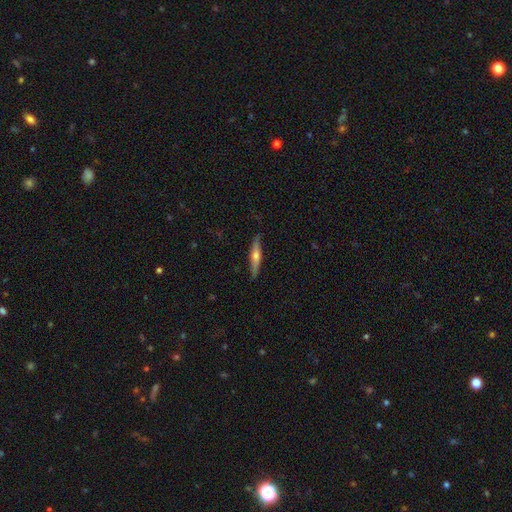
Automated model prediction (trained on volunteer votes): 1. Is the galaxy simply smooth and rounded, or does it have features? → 54% featured or disk, 41% smooth, 6% star or artifact.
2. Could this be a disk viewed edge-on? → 93% yes, 7% no.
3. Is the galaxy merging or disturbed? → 85% none, 12% minor disturbance, 2% major disturbance, 1% merger.